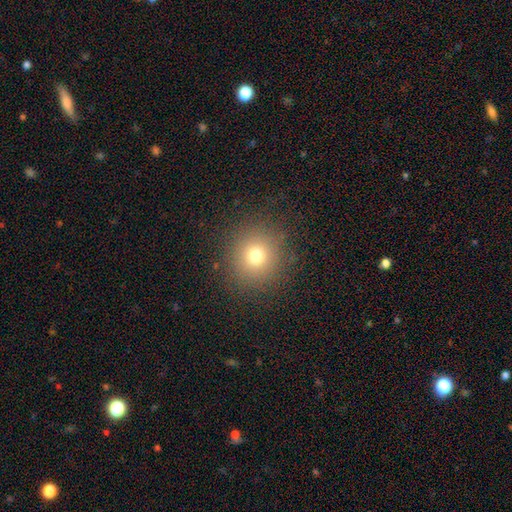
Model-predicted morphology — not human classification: This is likely a smooth galaxy (74%). How rounded: clearly round (93%). Merging: clearly none (89%).